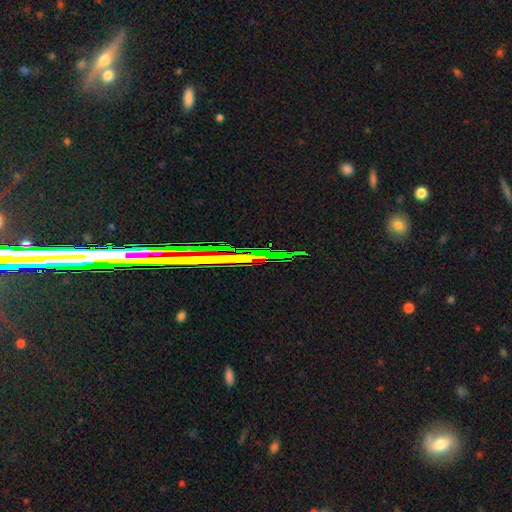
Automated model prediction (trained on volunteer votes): Smooth or featured?
  - star or artifact: 70% *
  - featured or disk: 15%
  - smooth: 14%